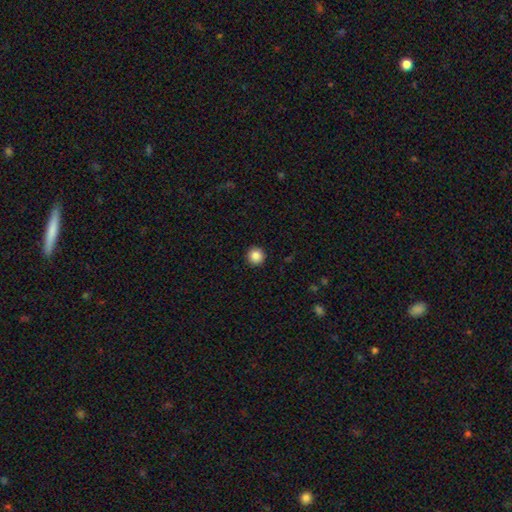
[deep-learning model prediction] smooth-or-featured: smooth: 86% | star or artifact: 10% | featured or disk: 4%
  how-rounded: round: 96% | in between: 3% | cigar-shaped: 1%
  merging: none: 93% | minor disturbance: 4% | major disturbance: 1% | merger: 1%